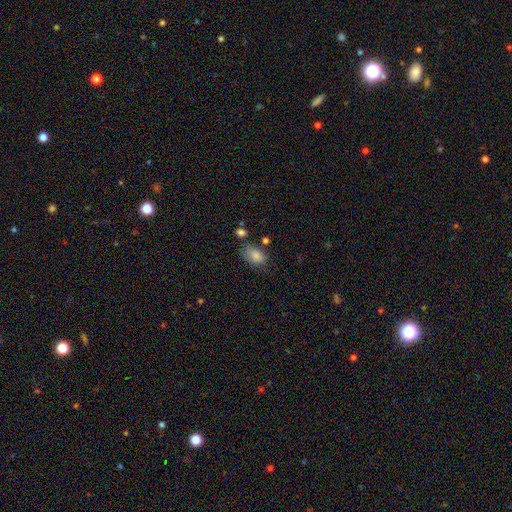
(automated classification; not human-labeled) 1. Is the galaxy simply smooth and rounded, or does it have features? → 83% smooth, 9% star or artifact, 8% featured or disk.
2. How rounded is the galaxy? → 87% in between, 11% round, 2% cigar-shaped.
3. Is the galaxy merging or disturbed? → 55% none, 28% minor disturbance, 9% major disturbance, 8% merger.